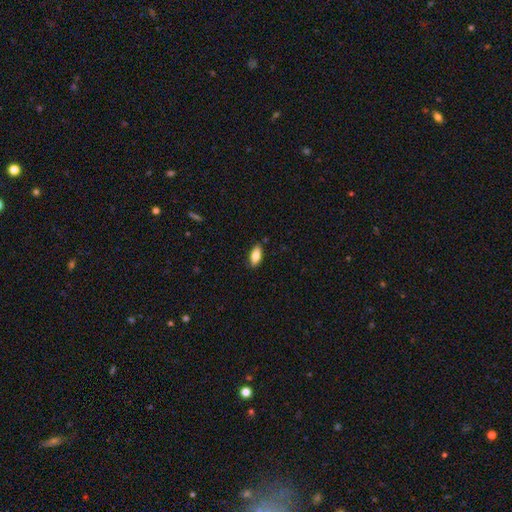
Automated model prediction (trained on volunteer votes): Smooth or featured? smooth (79%)
How rounded? in between (86%)
Merging? none (85%)